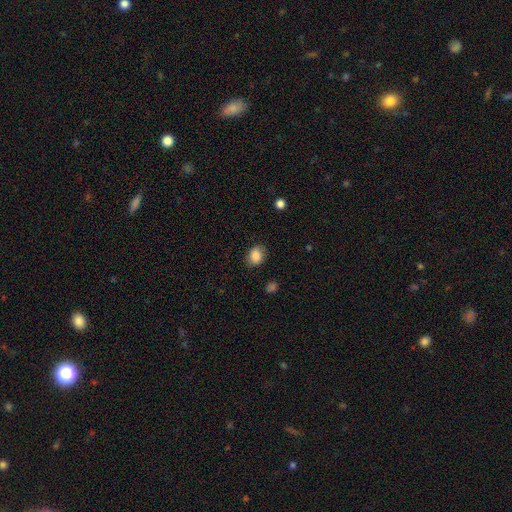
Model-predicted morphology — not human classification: This appears to be a smooth galaxy with no disk features (85%) that is in between round and cigar-shaped (62%). Merging: none (84%).